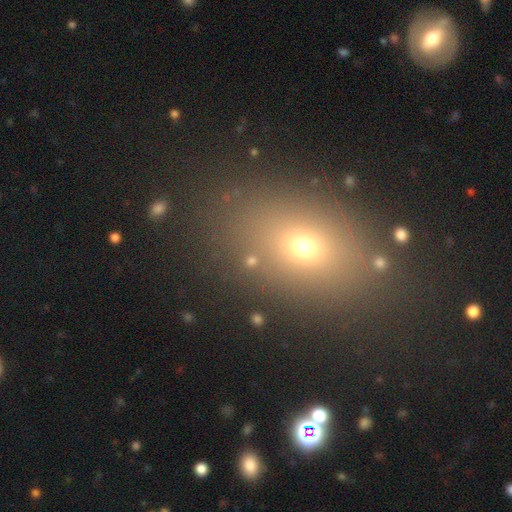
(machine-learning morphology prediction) This appears to be a smooth galaxy with no disk features (63%) that is in between round and cigar-shaped (67%). Merging: none (82%).